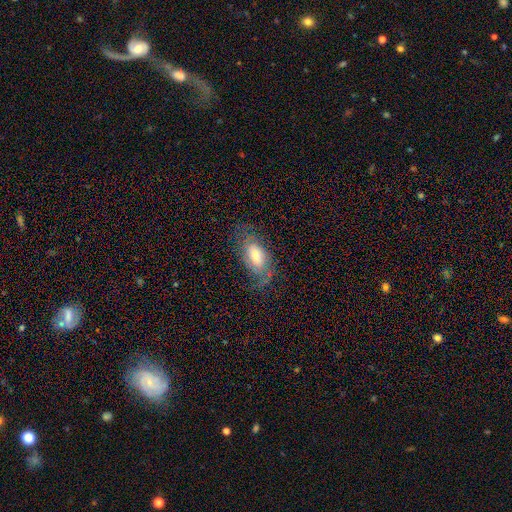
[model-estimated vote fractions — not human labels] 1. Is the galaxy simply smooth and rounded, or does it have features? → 52% smooth, 40% featured or disk, 8% star or artifact.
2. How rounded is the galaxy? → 90% in between, 6% cigar-shaped, 4% round.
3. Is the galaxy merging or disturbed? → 62% none, 23% minor disturbance, 13% major disturbance, 2% merger.